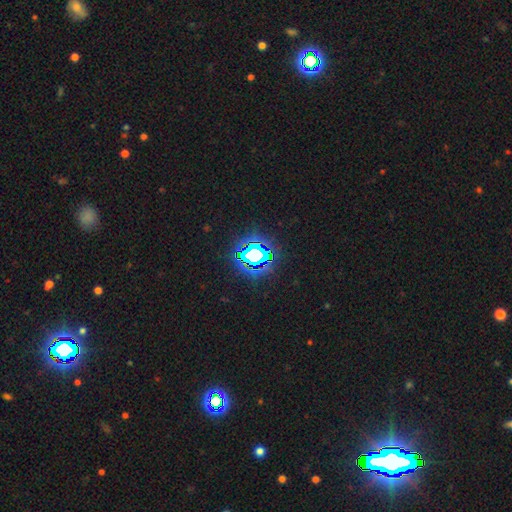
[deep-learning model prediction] This is likely a star or artifact rather than a galaxy (66%).